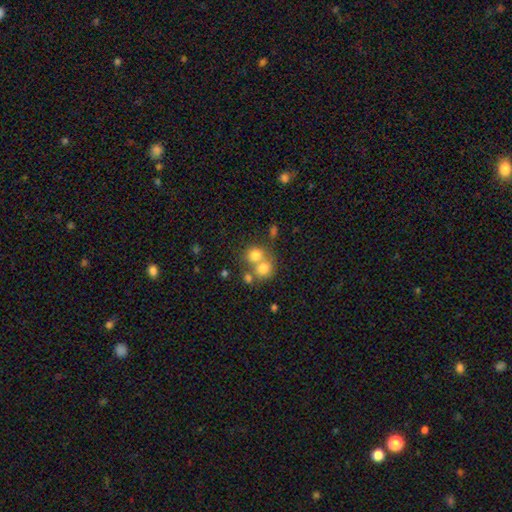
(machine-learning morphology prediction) smooth 73%, featured or disk 14%, star or artifact 13%. Down the decision tree: how rounded — round (80%); merging — merger (49%).